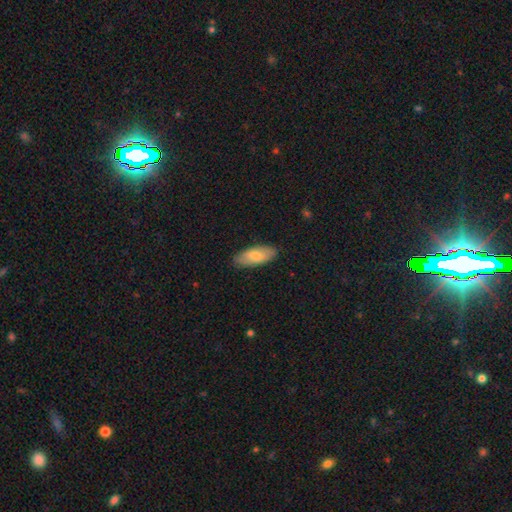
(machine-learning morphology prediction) Smooth or featured? smooth (76%)
How rounded? in between (83%)
Merging? none (86%)